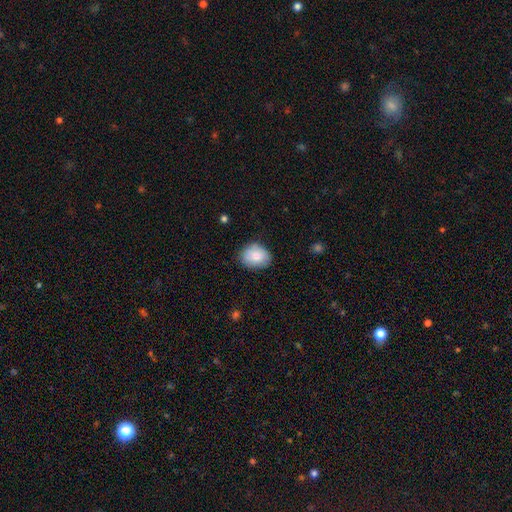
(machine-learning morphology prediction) Overall: smooth (76%). How rounded: in between (60%; round 39%). Merging: none (73%).